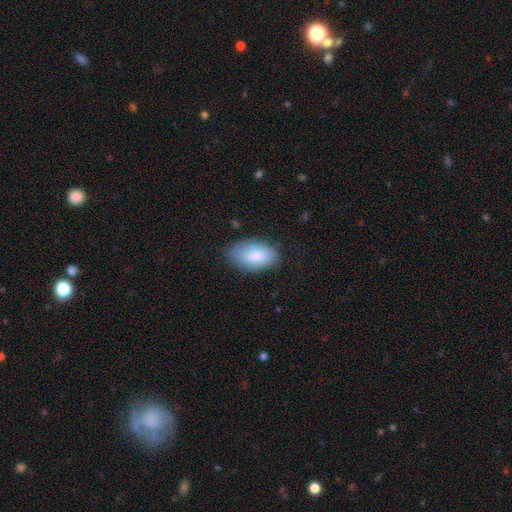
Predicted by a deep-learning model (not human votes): smooth-or-featured: smooth: 78% | featured or disk: 16% | star or artifact: 6%
  how-rounded: in between: 94% | round: 4% | cigar-shaped: 2%
  merging: none: 73% | minor disturbance: 22% | major disturbance: 4% | merger: 1%